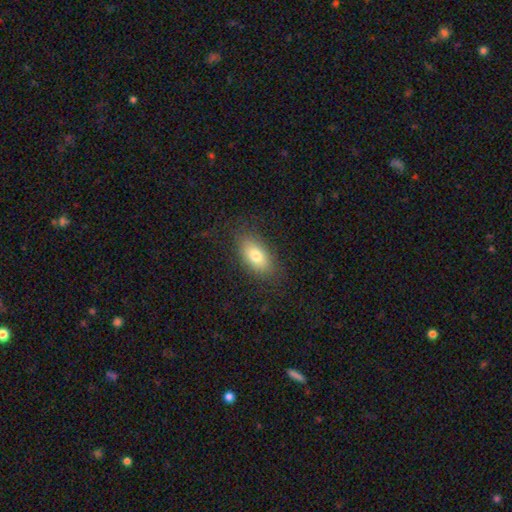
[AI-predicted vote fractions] A smooth galaxy with no disk features (77%) that is in between round and cigar-shaped (89%). Merging: none (82%).